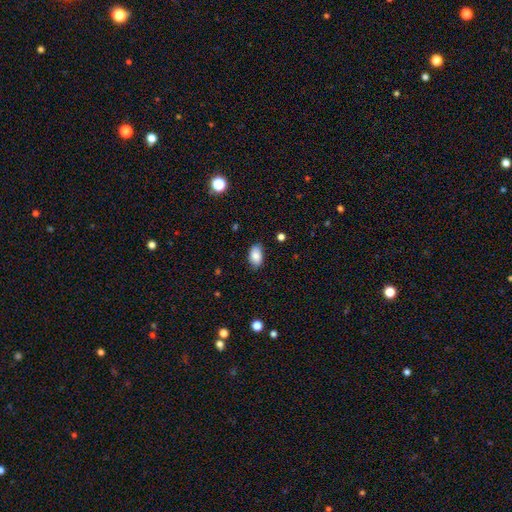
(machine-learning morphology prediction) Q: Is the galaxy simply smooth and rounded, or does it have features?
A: smooth — 86%.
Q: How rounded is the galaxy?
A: in between — 91%.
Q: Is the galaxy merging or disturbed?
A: none — 80%.